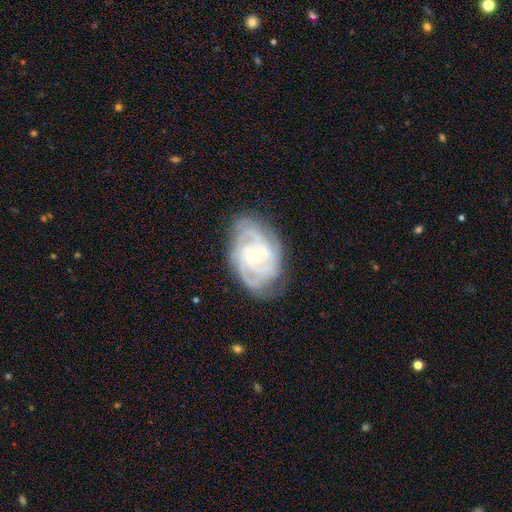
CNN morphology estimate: type=featured or disk (88%); edge-on=no (97%); bar=weak (43%, tied with no); spiral arms=yes (96%); winding=tight (70%); arm count=3 (32%); bulge=moderate (56%); merging=none (73%).